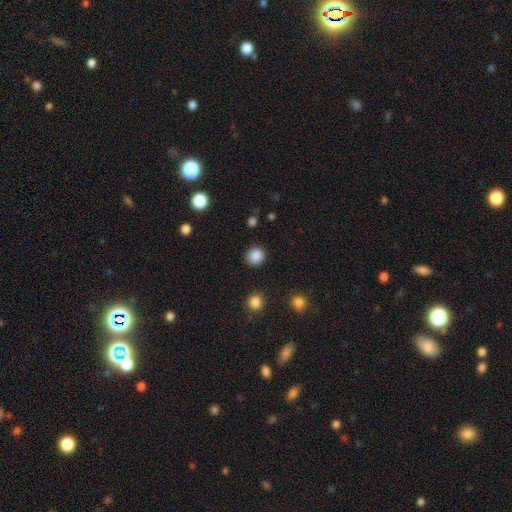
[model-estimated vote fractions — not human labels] Q: Smooth or featured?
A: smooth (88%); runner-up: star or artifact (10%)
Q: How rounded?
A: round (91%); runner-up: in between (8%)
Q: Merging?
A: none (91%); runner-up: minor disturbance (5%)